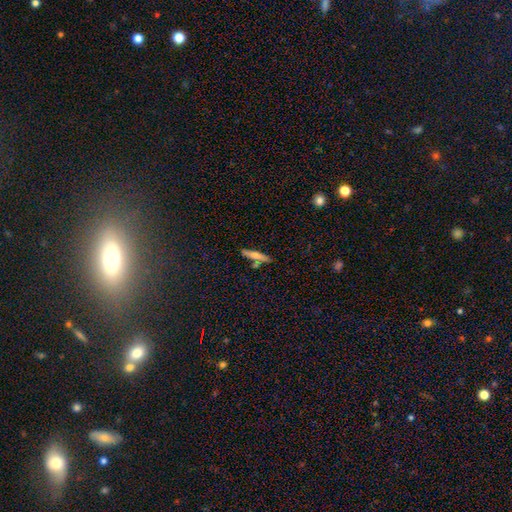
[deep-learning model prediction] This is possibly a smooth galaxy (57%). How rounded: clearly cigar-shaped (85%). Merging: likely none (73%).